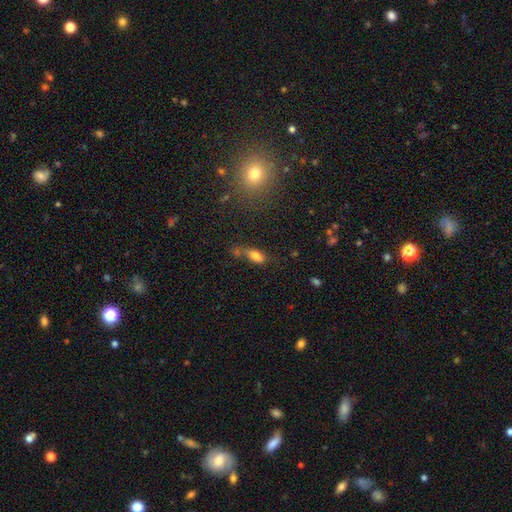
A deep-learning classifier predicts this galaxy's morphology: A smooth galaxy with no disk features (78%) that is in between round and cigar-shaped (83%). Merging: none (44%).